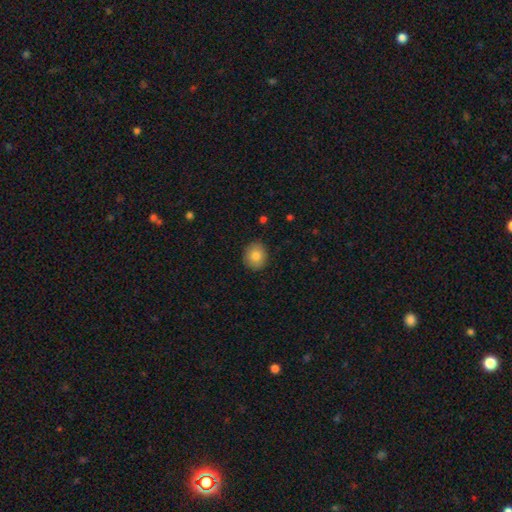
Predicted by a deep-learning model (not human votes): Q: Smooth or featured?
A: smooth (83%); runner-up: featured or disk (8%)
Q: How rounded?
A: round (67%); runner-up: in between (33%)
Q: Merging?
A: none (89%); runner-up: minor disturbance (8%)